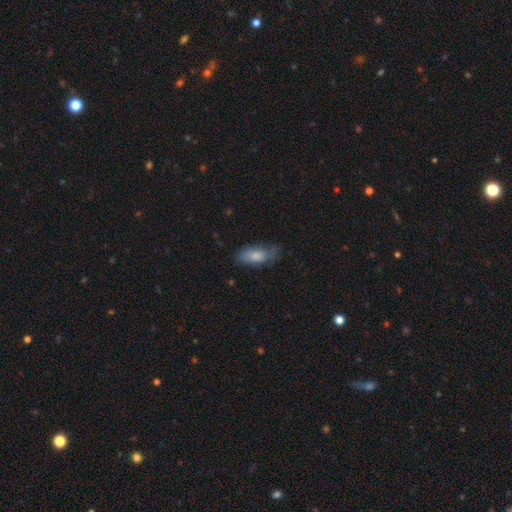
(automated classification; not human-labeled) Smooth or featured? Predicted: smooth (p=0.76). How rounded? Predicted: in between (p=0.85). Merging? Predicted: none (p=0.53).